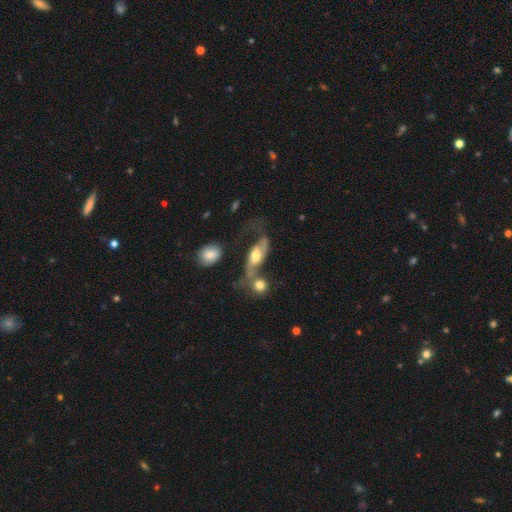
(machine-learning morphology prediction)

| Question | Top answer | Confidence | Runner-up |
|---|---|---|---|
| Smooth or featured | featured or disk | 61% | smooth (32%) |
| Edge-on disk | no | 86% | yes (14%) |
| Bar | no | 53% | weak (32%) |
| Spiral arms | yes | 77% | no (23%) |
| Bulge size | moderate | 63% | large (20%) |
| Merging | merger | 33% | none (27%) |